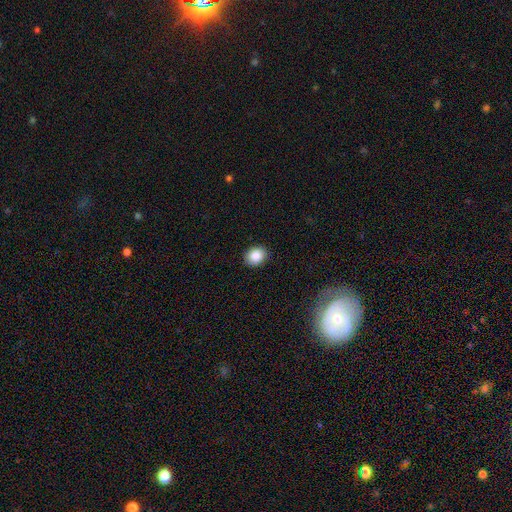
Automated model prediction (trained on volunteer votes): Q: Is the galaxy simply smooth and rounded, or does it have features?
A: smooth — 86%.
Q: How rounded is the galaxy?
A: round — 57%.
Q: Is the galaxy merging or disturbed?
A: none — 90%.